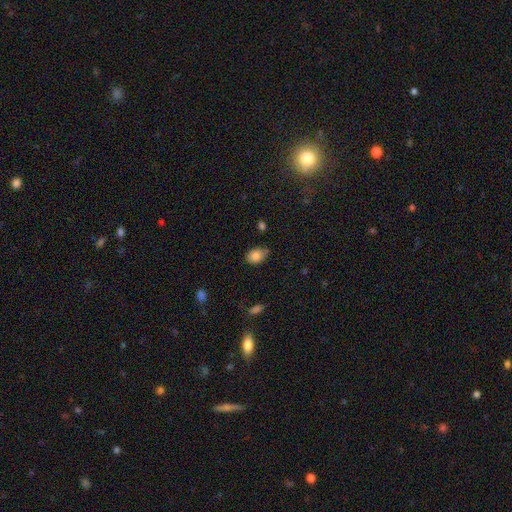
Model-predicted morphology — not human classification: Smooth or featured? Predicted: smooth (p=0.84). How rounded? Predicted: in between (p=0.77). Merging? Predicted: none (p=0.63).